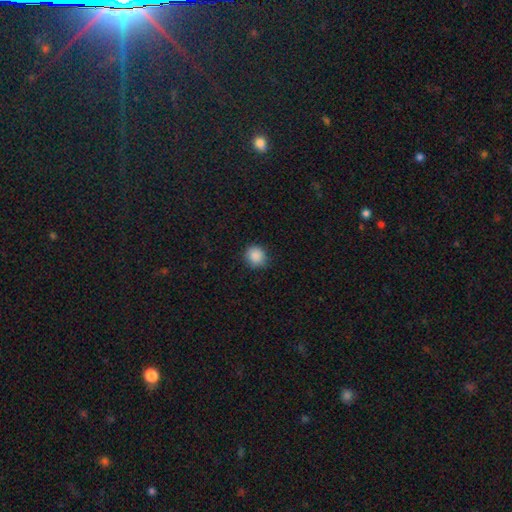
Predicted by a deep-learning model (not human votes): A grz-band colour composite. It shows a smooth galaxy with no disk features (88%) that is round (87%). Merging: none (85%).